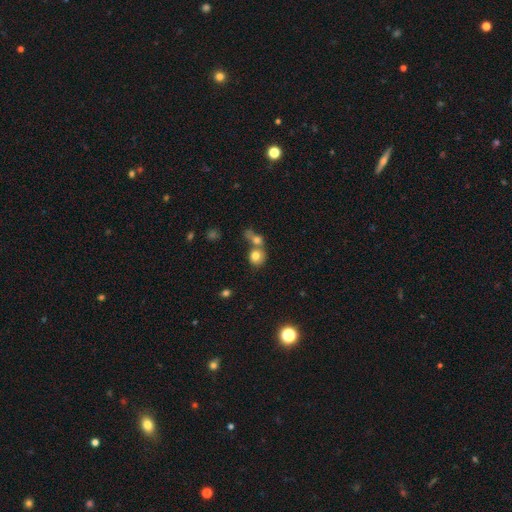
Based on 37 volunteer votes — Morphology: type=smooth (81%); roundness=round (93%); merging=merger (43%).